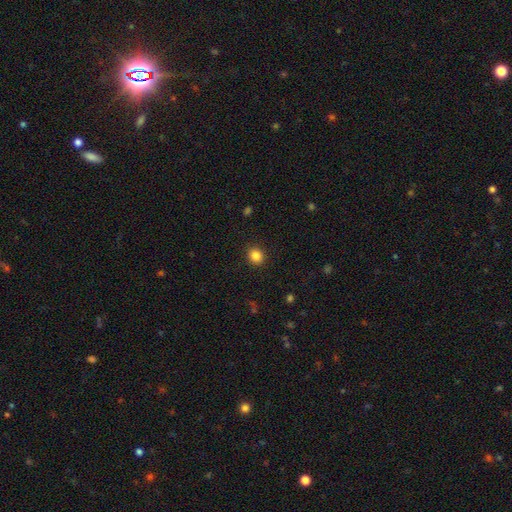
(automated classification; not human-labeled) Q: Smooth or featured?
A: smooth (86%); runner-up: star or artifact (11%)
Q: How rounded?
A: round (76%); runner-up: in between (24%)
Q: Merging?
A: none (91%); runner-up: minor disturbance (6%)